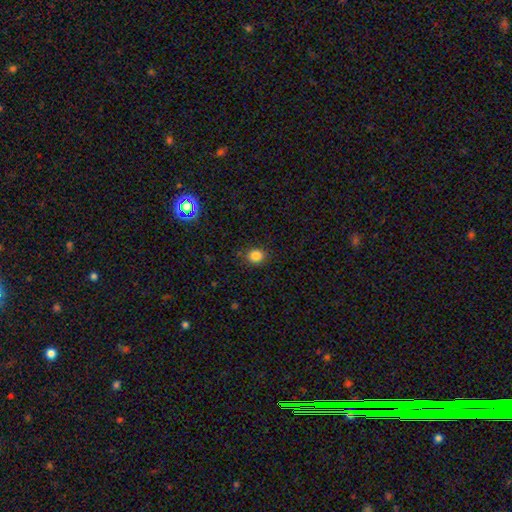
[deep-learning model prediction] Smooth or featured? Predicted: smooth (p=0.84). How rounded? Predicted: round (p=0.78). Merging? Predicted: none (p=0.87).